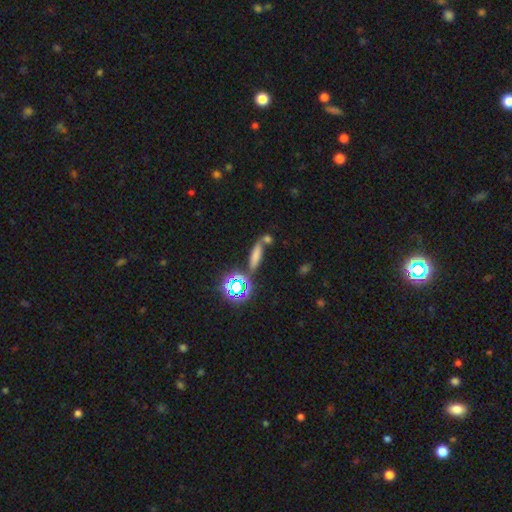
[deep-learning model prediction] Smooth or featured?
  - smooth: 63% *
  - star or artifact: 25%
  - featured or disk: 13%
How rounded?
  - cigar-shaped: 59% *
  - in between: 33%
  - round: 8%
Merging?
  - none: 57% *
  - merger: 25%
  - minor disturbance: 13%
  - major disturbance: 6%